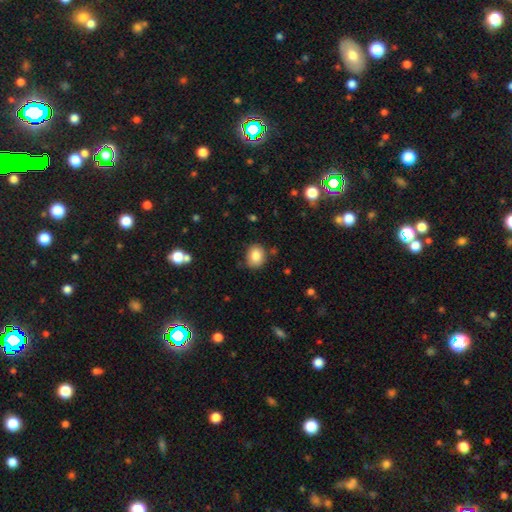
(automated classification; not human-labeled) A smooth galaxy with no disk features (84%) that is round (54%). Merging: none (82%).